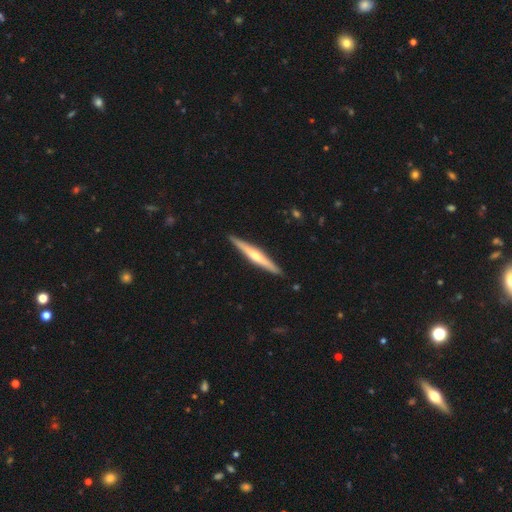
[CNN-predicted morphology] smooth-or-featured: featured or disk: 64% | smooth: 31% | star or artifact: 5%
  disk-edge-on: yes: 97% | no: 3%
    edge-on-bulge: rounded: 77% | none: 17% | boxy: 6%
  merging: none: 91% | minor disturbance: 7% | major disturbance: 1% | merger: 1%